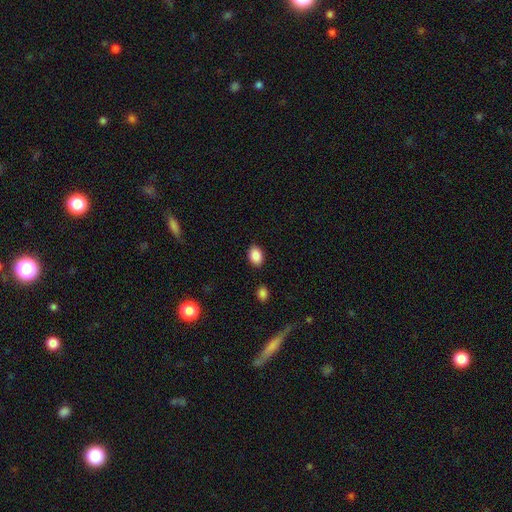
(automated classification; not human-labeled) This is clearly a smooth galaxy (88%). How rounded: likely in between (79%). Merging: clearly none (86%).